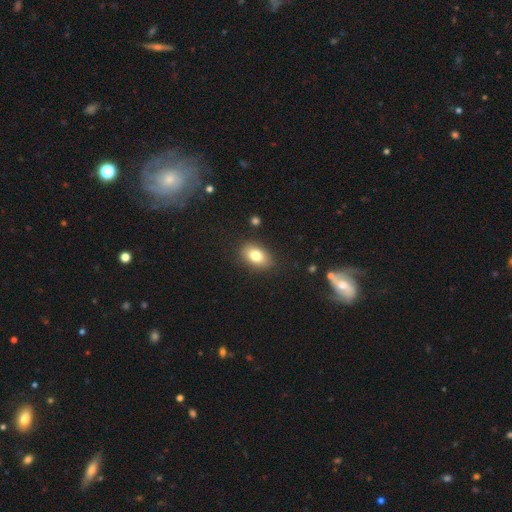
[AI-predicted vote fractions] Smooth or featured?
  - smooth: 80% *
  - featured or disk: 11%
  - star or artifact: 9%
How rounded?
  - in between: 85% *
  - round: 13%
  - cigar-shaped: 2%
Merging?
  - none: 86% *
  - minor disturbance: 10%
  - major disturbance: 3%
  - merger: 1%